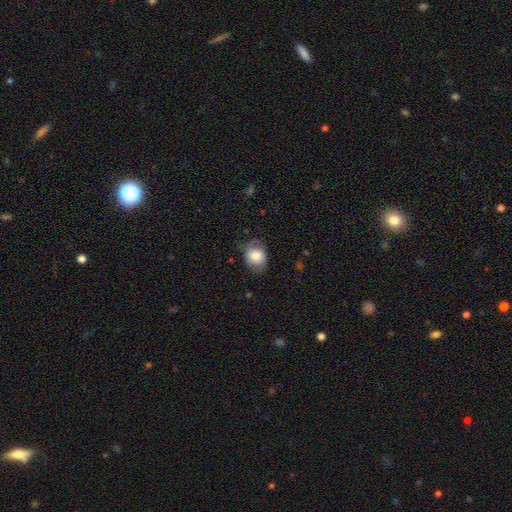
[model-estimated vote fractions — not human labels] This appears to be a smooth galaxy with no disk features (72%) that is round (55%). Merging: none (59%).